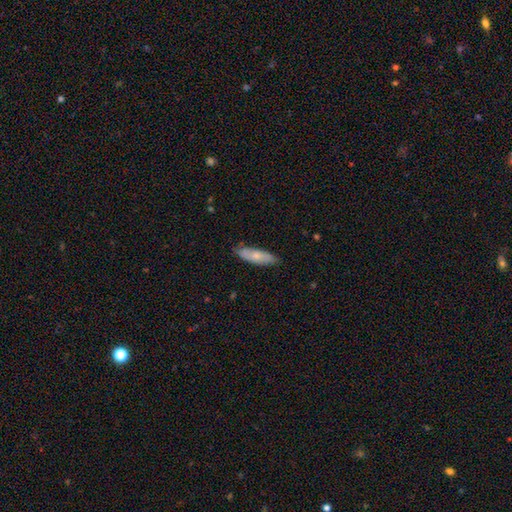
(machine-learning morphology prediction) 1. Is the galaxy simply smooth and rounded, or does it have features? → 69% smooth, 25% featured or disk, 6% star or artifact.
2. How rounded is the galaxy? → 53% cigar-shaped, 45% in between, 2% round.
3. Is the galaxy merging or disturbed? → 81% none, 15% minor disturbance, 2% major disturbance, 1% merger.